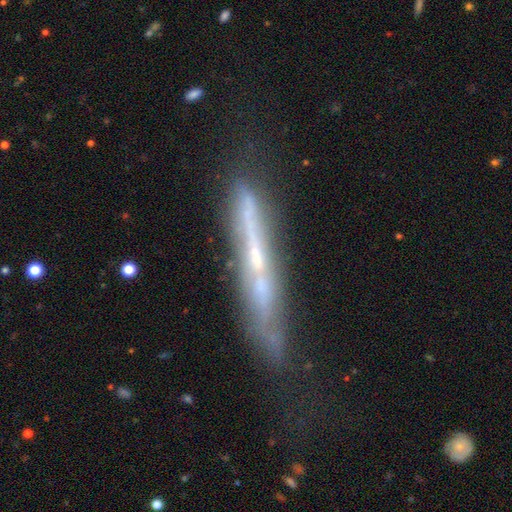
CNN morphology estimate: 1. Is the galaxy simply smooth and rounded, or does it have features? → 72% featured or disk, 20% smooth, 8% star or artifact.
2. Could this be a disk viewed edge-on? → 87% yes, 13% no.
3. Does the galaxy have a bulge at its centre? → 69% none, 25% rounded, 6% boxy.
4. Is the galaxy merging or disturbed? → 65% none, 23% minor disturbance, 8% major disturbance, 4% merger.